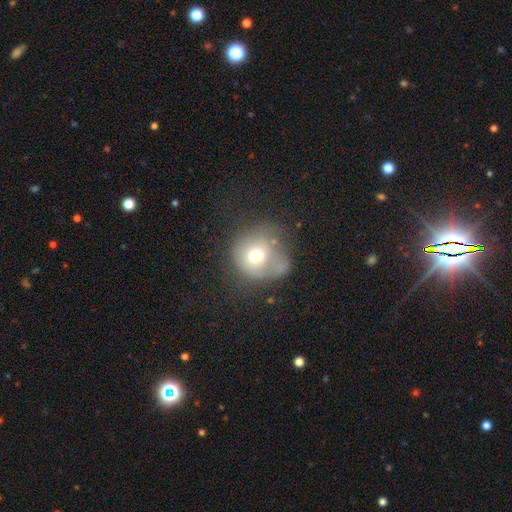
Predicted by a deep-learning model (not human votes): Smooth or featured: smooth — 66% (featured or disk — 23%)
How rounded: round — 78% (in between — 21%)
Merging: none — 33% (minor disturbance — 29%)